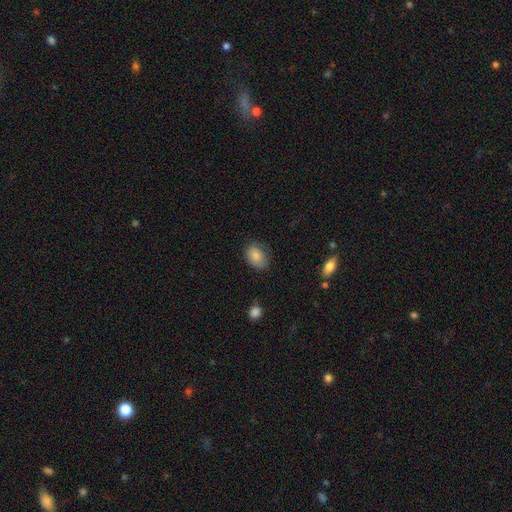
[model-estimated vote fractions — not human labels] Smooth or featured? Predicted: smooth (p=0.84). How rounded? Predicted: in between (p=0.80). Merging? Predicted: none (p=0.70).